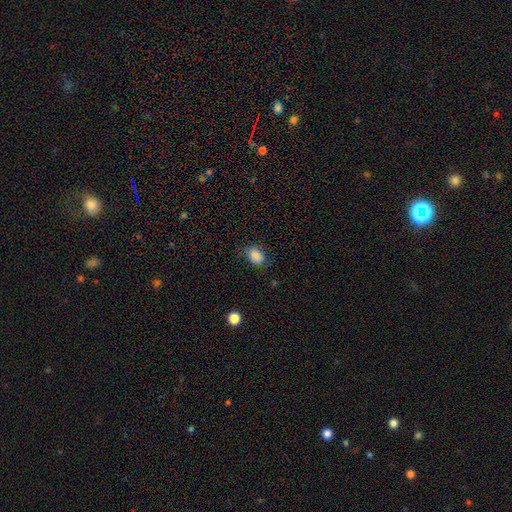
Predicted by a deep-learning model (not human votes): This is clearly a smooth galaxy (85%). How rounded: likely in between (73%). Merging: likely none (70%).